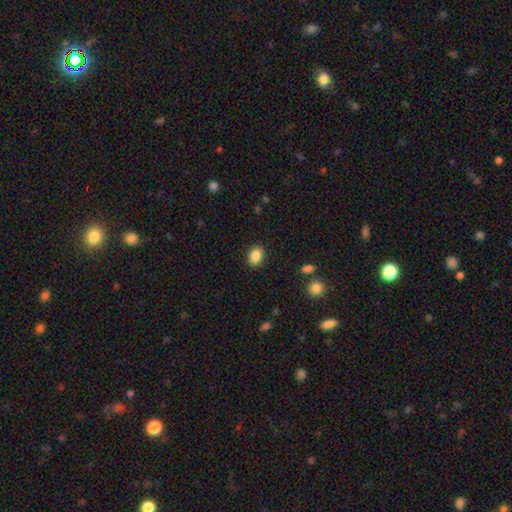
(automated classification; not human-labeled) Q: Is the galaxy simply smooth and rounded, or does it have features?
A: smooth — 87%.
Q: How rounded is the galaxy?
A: in between — 68%.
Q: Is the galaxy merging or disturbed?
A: none — 89%.